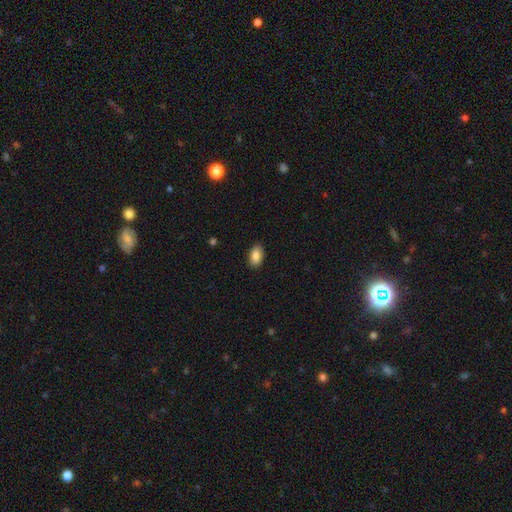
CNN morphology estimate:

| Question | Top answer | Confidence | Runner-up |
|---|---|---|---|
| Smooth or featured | smooth | 87% | star or artifact (7%) |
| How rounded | in between | 92% | round (6%) |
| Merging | none | 88% | minor disturbance (9%) |